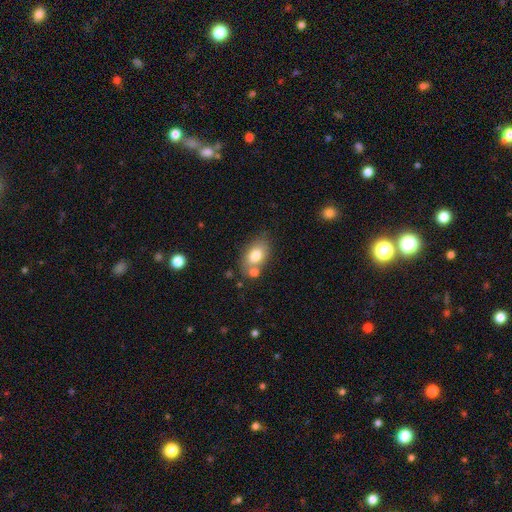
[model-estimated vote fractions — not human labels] Overall: smooth (77%). How rounded: in between (86%). Merging: none (62%).